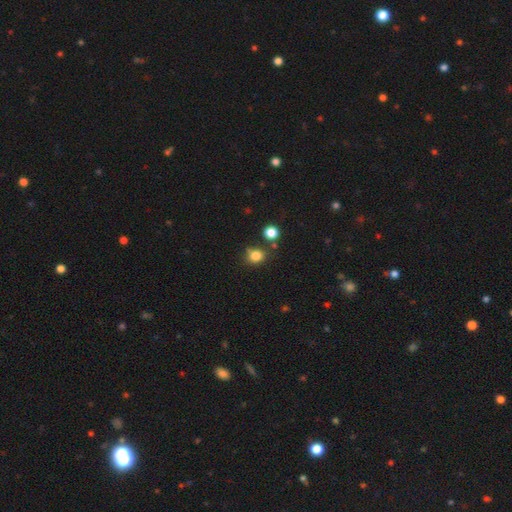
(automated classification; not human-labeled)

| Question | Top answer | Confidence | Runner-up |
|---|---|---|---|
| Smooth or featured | smooth | 82% | star or artifact (13%) |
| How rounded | round | 66% | in between (33%) |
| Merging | none | 70% | minor disturbance (13%) |